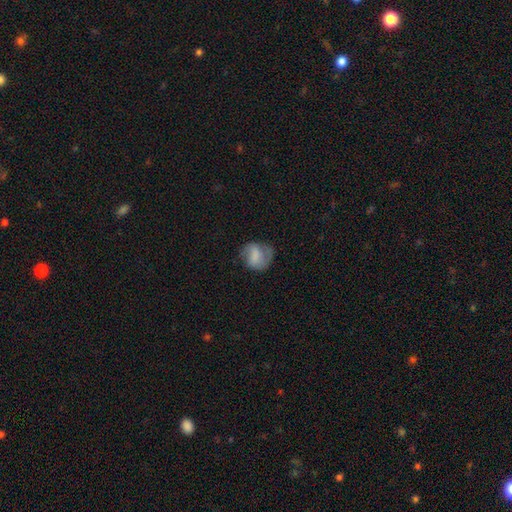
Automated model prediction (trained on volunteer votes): A featured or disk galaxy (47%).

Vote fractions:
- Smooth or featured? featured or disk: 47% / smooth: 45% / star or artifact: 8%
- Merging? none: 56% / minor disturbance: 25% / major disturbance: 17% / merger: 2%